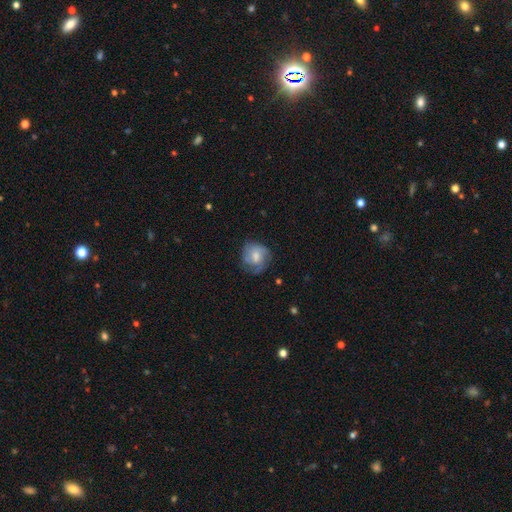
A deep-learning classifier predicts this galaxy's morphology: smooth_or_featured: smooth (p=0.49) [alt: featured or disk p=0.44]
merging: none (p=0.66) [alt: minor disturbance p=0.23]